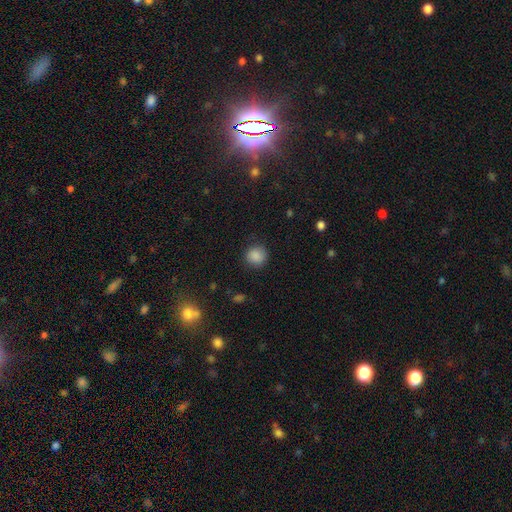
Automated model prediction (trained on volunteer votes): Smooth or featured?
  - smooth: 87% *
  - star or artifact: 10%
  - featured or disk: 3%
How rounded?
  - round: 89% *
  - in between: 10%
  - cigar-shaped: 1%
Merging?
  - none: 87% *
  - minor disturbance: 9%
  - major disturbance: 3%
  - merger: 1%